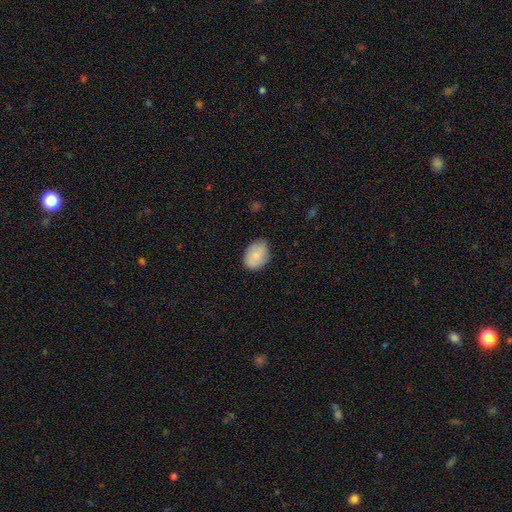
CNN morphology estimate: smooth_or_featured: smooth (p=0.83) [alt: featured or disk p=0.10]
how_rounded: in between (p=0.77) [alt: round p=0.22]
merging: none (p=0.69) [alt: minor disturbance p=0.25]